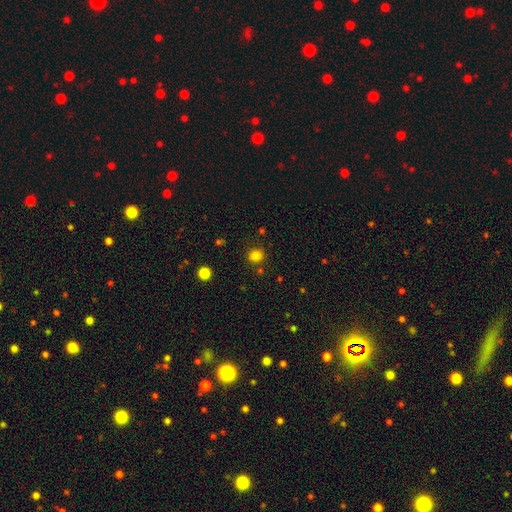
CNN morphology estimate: The model was most divided on "smooth or featured": smooth: 81%, star or artifact: 15%, featured or disk: 4%. More confident: how rounded — round (85%); merging — none (85%).